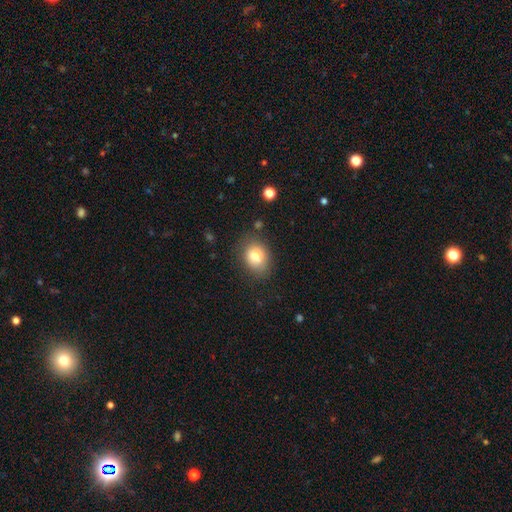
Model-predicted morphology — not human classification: A smooth galaxy with no disk features (78%) that is round (52%).

Vote fractions:
- Smooth or featured? smooth: 78% / featured or disk: 12% / star or artifact: 10%
- How rounded? round: 52% / in between: 47% / cigar-shaped: 1%
- Merging? none: 79% / minor disturbance: 14% / major disturbance: 4% / merger: 2%